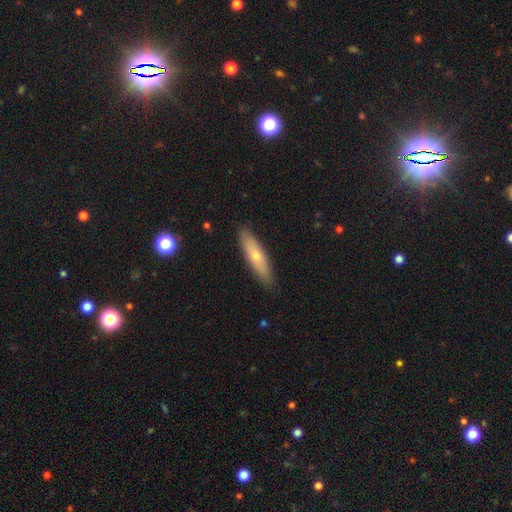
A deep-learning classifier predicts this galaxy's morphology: Smooth or featured?
  - smooth: 56% *
  - featured or disk: 37%
  - star or artifact: 6%
How rounded?
  - cigar-shaped: 72% *
  - in between: 26%
  - round: 2%
Merging?
  - none: 88% *
  - minor disturbance: 9%
  - major disturbance: 2%
  - merger: 1%